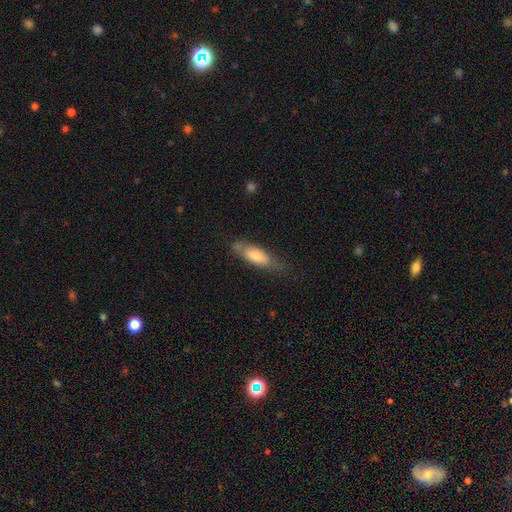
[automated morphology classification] Smooth or featured? smooth (59%)
How rounded? in between (53%)
Merging? none (64%)